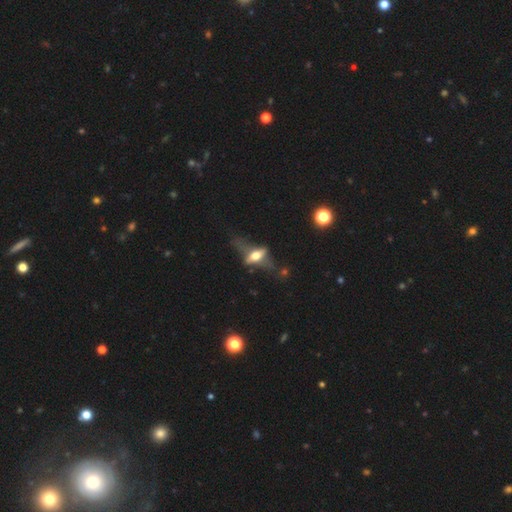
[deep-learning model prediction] smooth-or-featured: featured or disk: 61% | smooth: 29% | star or artifact: 10%
  disk-edge-on: yes: 73% | no: 27%
  merging: none: 43% | major disturbance: 31% | minor disturbance: 20% | merger: 6%